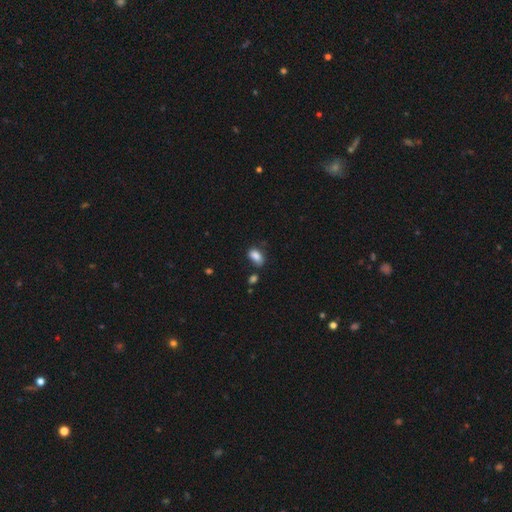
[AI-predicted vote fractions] Smooth or featured: smooth — 86% (star or artifact — 9%)
How rounded: in between — 90% (round — 8%)
Merging: none — 64% (minor disturbance — 24%)